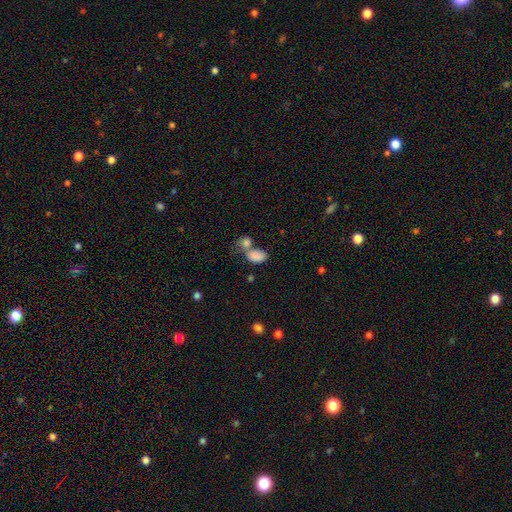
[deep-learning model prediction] A smooth galaxy with no disk features (84%) that is in between round and cigar-shaped (88%).

Vote fractions:
- Smooth or featured? smooth: 84% / star or artifact: 9% / featured or disk: 7%
- How rounded? in between: 88% / round: 11% / cigar-shaped: 2%
- Merging? merger: 51% / none: 30% / minor disturbance: 12% / major disturbance: 7%